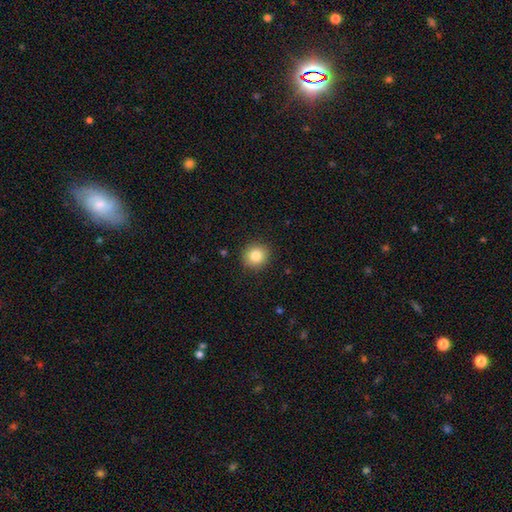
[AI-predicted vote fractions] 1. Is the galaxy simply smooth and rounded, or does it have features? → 83% smooth, 10% star or artifact, 7% featured or disk.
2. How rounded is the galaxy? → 87% round, 12% in between, 1% cigar-shaped.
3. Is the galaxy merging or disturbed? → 91% none, 6% minor disturbance, 2% major disturbance, 1% merger.